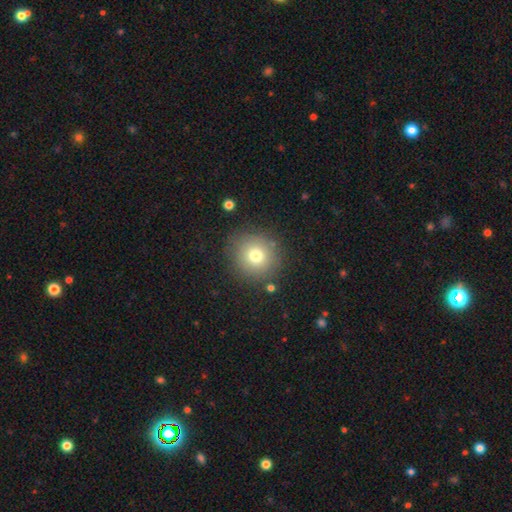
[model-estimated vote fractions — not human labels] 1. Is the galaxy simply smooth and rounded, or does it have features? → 74% smooth, 14% star or artifact, 12% featured or disk.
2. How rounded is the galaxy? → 93% round, 6% in between, 1% cigar-shaped.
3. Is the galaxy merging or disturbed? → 84% none, 9% minor disturbance, 4% major disturbance, 3% merger.